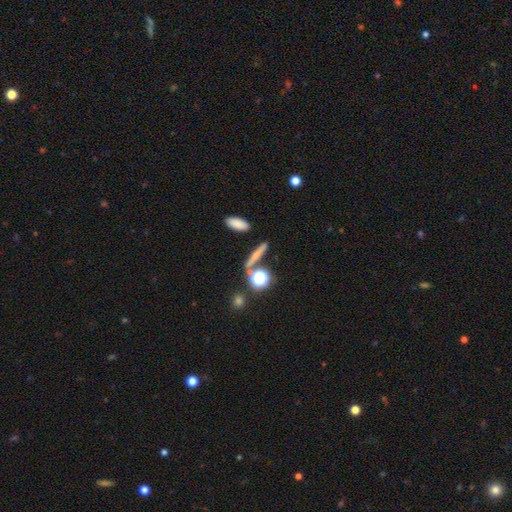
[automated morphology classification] Smooth or featured? smooth (59%)
How rounded? cigar-shaped (58%)
Merging? none (76%)